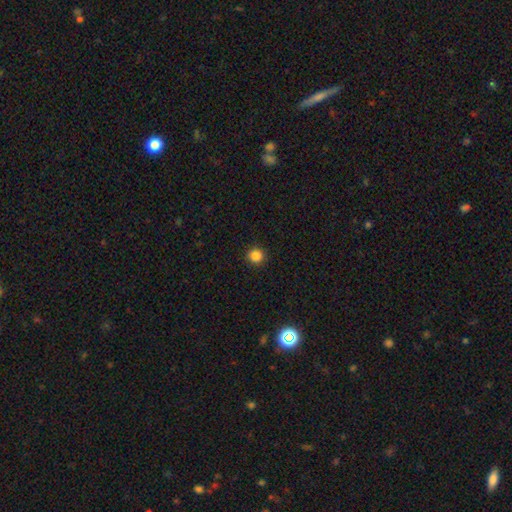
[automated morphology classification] Smooth or featured? Predicted: smooth (p=0.85). How rounded? Predicted: round (p=0.95). Merging? Predicted: none (p=0.92).